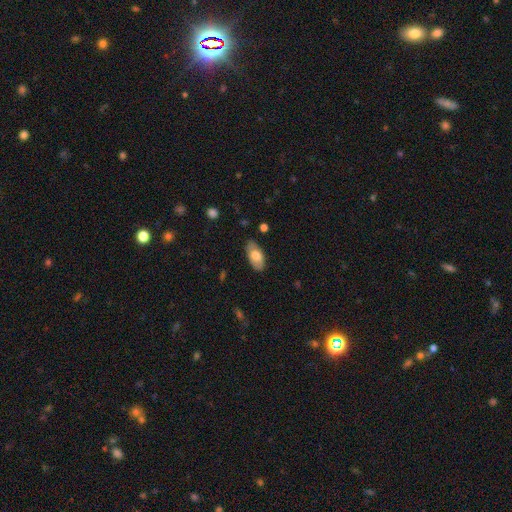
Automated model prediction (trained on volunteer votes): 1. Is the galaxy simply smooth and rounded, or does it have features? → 73% smooth, 21% featured or disk, 6% star or artifact.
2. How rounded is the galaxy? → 92% in between, 5% cigar-shaped, 3% round.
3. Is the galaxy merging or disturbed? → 82% none, 14% minor disturbance, 3% major disturbance, 1% merger.